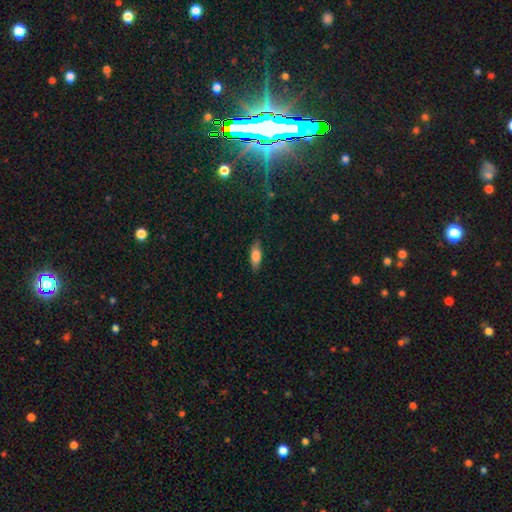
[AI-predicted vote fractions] smooth_or_featured: smooth (p=0.77) [alt: featured or disk p=0.15]
how_rounded: in between (p=0.69) [alt: cigar-shaped p=0.29]
merging: none (p=0.80) [alt: minor disturbance p=0.16]